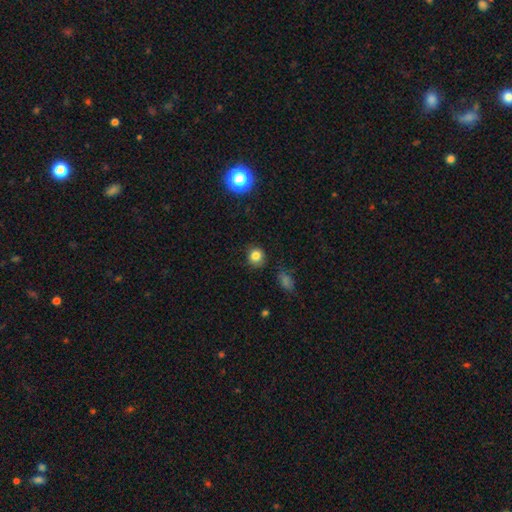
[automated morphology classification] smooth 81%, star or artifact 14%, featured or disk 5%. Down the decision tree: how rounded — round (86%); merging — none (83%).